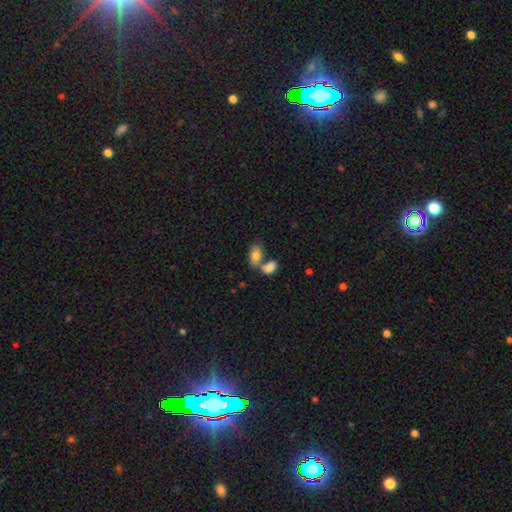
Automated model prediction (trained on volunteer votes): Smooth or featured? Predicted: smooth (p=0.83). How rounded? Predicted: in between (p=0.91). Merging? Predicted: merger (p=0.51).